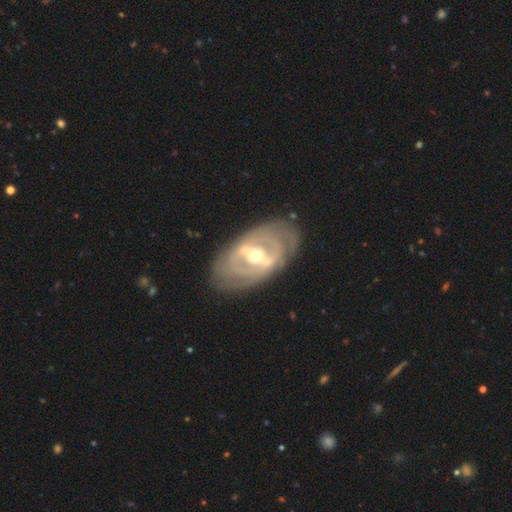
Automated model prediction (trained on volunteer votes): Overall: featured or disk (82%). Edge-on disk: no (92%). Bar: strong (59%; weak 29%). Spiral arms: yes (65%; no 35%). Bulge size: moderate (69%). Merging: none (79%).